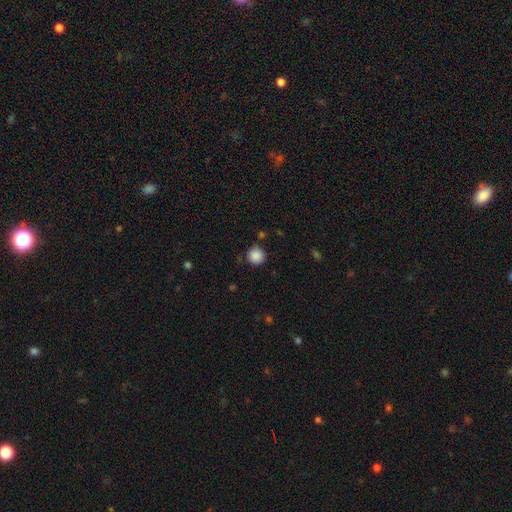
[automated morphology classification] Smooth or featured? smooth (88%)
How rounded? round (94%)
Merging? none (84%)